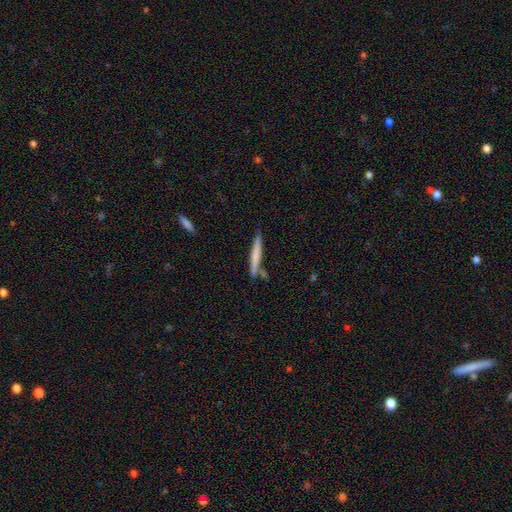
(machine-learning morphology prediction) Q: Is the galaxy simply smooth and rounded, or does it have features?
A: smooth — 65%.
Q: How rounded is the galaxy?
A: cigar-shaped — 95%.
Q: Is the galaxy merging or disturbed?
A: none — 78%.